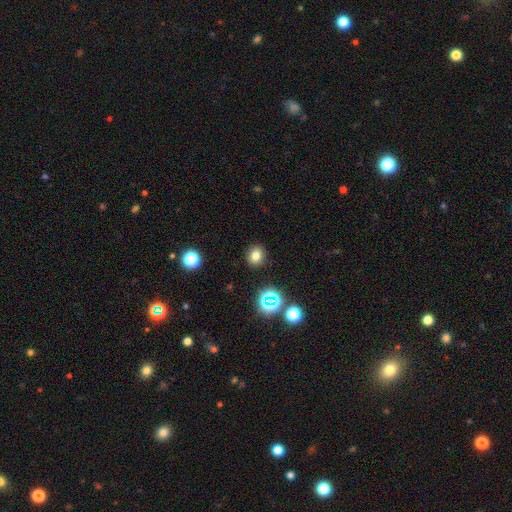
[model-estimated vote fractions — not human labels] A smooth galaxy with no disk features (76%) that is round (75%).

Vote fractions:
- Smooth or featured? smooth: 76% / star or artifact: 17% / featured or disk: 8%
- How rounded? round: 75% / in between: 24% / cigar-shaped: 1%
- Merging? none: 90% / minor disturbance: 7% / major disturbance: 2% / merger: 2%